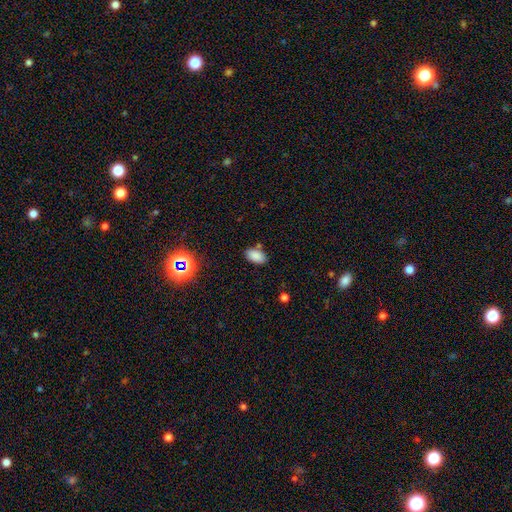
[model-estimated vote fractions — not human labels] Smooth or featured? smooth (84%)
How rounded? in between (92%)
Merging? none (78%)